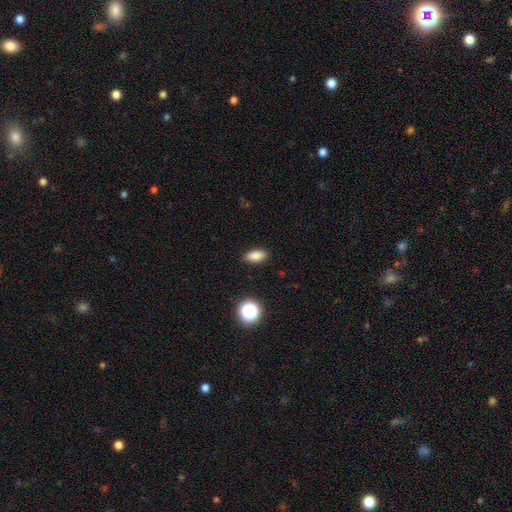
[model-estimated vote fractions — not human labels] Morphology: type=smooth (85%); roundness=in between (88%); merging=none (89%).